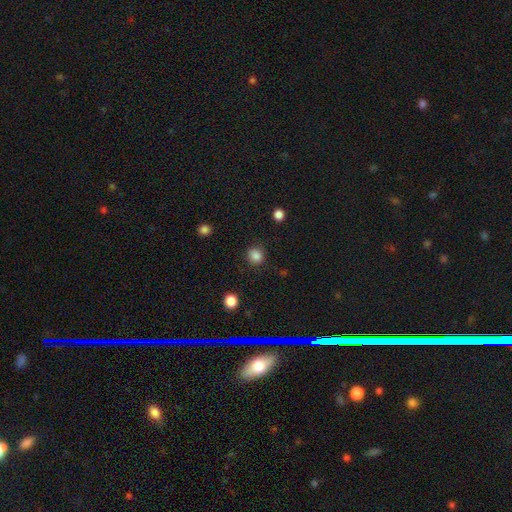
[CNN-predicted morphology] The model was most divided on "smooth or featured": smooth: 85%, star or artifact: 12%, featured or disk: 3%. More confident: how rounded — round (89%); merging — none (87%).